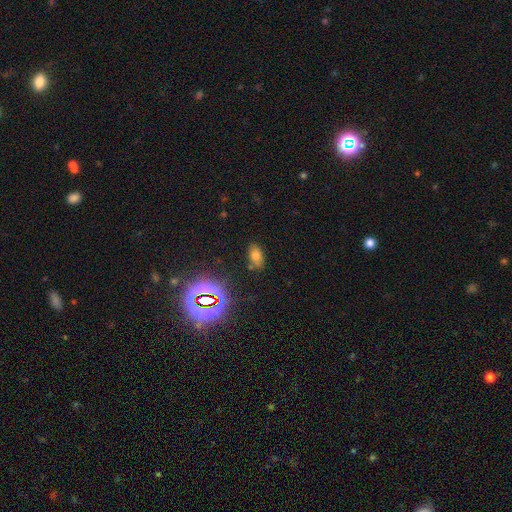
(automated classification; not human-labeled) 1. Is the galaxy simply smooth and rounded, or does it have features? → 67% smooth, 23% star or artifact, 10% featured or disk.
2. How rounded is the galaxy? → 89% in between, 8% round, 4% cigar-shaped.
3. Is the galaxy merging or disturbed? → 77% none, 15% minor disturbance, 4% merger, 4% major disturbance.